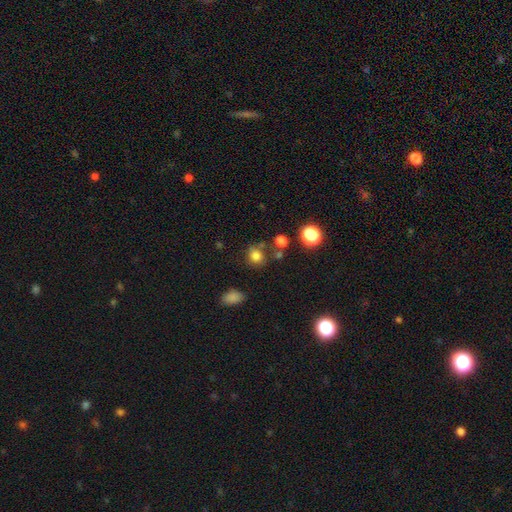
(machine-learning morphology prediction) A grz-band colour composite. It shows a smooth galaxy with no disk features (79%) that is round (71%). Merging: none (66%).